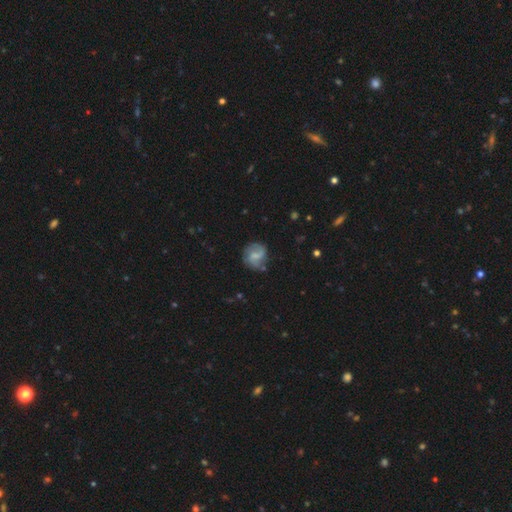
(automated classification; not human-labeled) Smooth or featured: featured or disk — 59% (smooth — 33%)
Edge-on disk: no — 98% (yes — 2%)
Bar: weak — 51% (no — 36%)
Spiral arms: yes — 85% (no — 15%)
Bulge size: small — 39% (moderate — 29%)
Merging: none — 67% (minor disturbance — 21%)